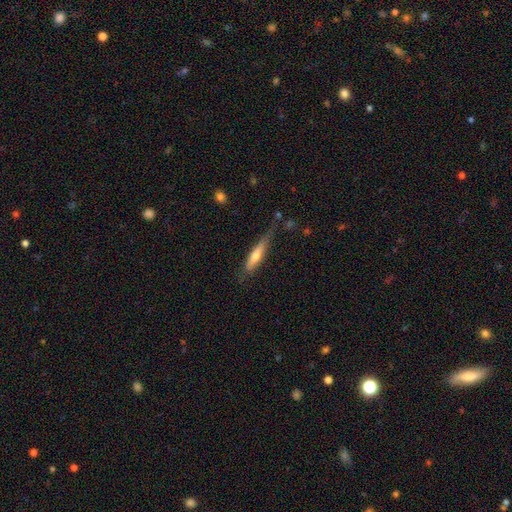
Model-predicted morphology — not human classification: Smooth or featured: smooth — 52% (featured or disk — 41%)
How rounded: cigar-shaped — 86% (in between — 12%)
Merging: none — 62% (minor disturbance — 27%)